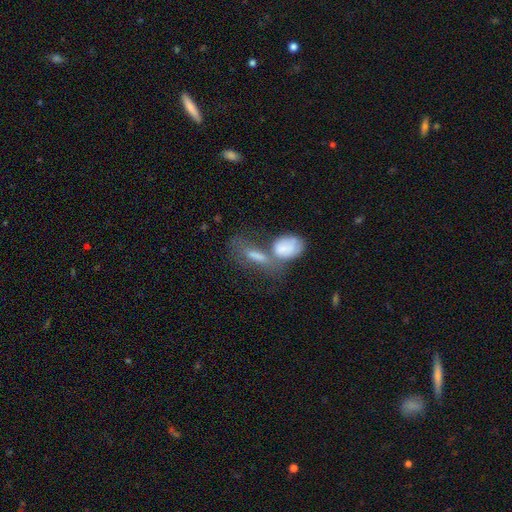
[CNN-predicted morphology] This is likely a smooth galaxy (63%). How rounded: likely in between (75%). Merging: possibly merger (60%).